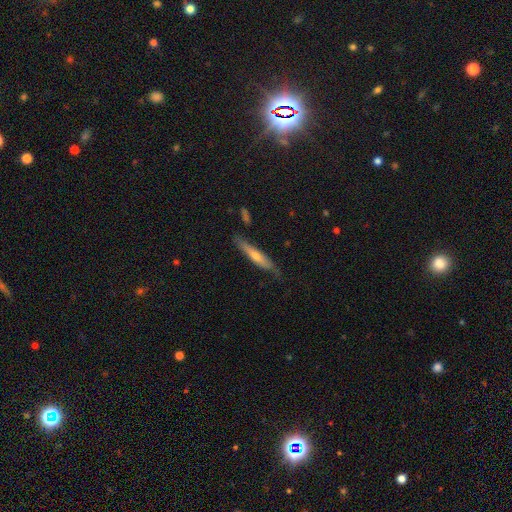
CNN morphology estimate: A featured or disk galaxy (50%).

Vote fractions:
- Smooth or featured? featured or disk: 50% / smooth: 44% / star or artifact: 6%
- Merging? none: 70% / minor disturbance: 23% / major disturbance: 5% / merger: 2%